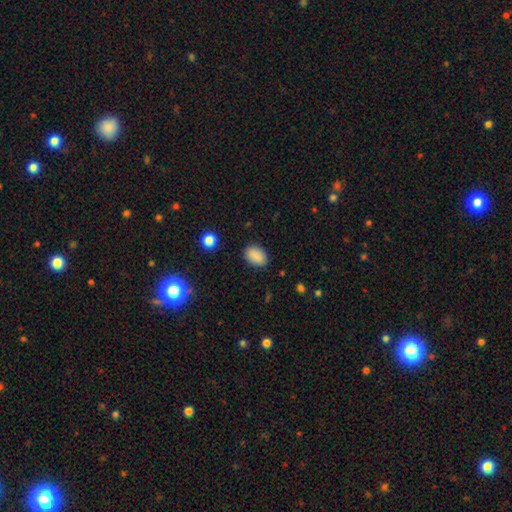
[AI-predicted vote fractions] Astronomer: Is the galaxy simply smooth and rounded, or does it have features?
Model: smooth — 88%.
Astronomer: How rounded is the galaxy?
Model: in between — 86%.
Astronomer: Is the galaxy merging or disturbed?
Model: none — 86%.